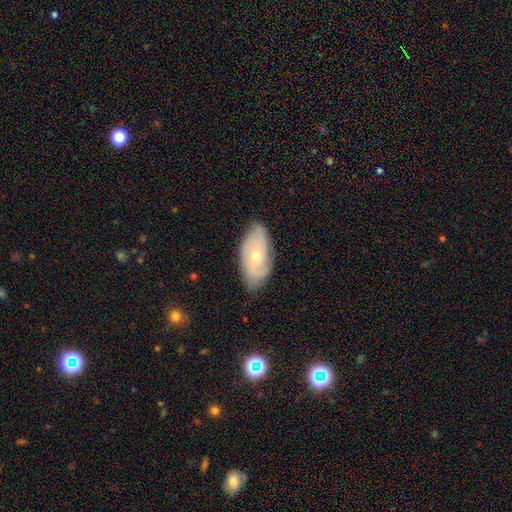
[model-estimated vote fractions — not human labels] Morphology: type=featured or disk (64%); edge-on=no (92%); bar=no (79%); spiral arms=yes (84%); bulge=small (59%); merging=none (73%).